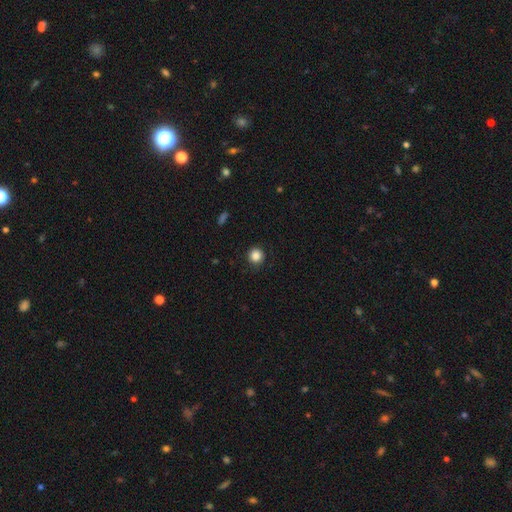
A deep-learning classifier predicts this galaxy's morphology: Q: Smooth or featured?
A: smooth (85%); runner-up: star or artifact (11%)
Q: How rounded?
A: round (94%); runner-up: in between (5%)
Q: Merging?
A: none (88%); runner-up: minor disturbance (9%)